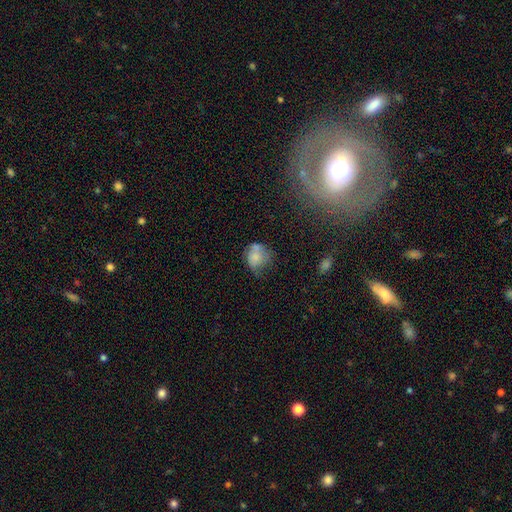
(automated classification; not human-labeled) smooth 67%, featured or disk 23%, star or artifact 10%. Down the decision tree: how rounded — round (68%); merging — none (36%).